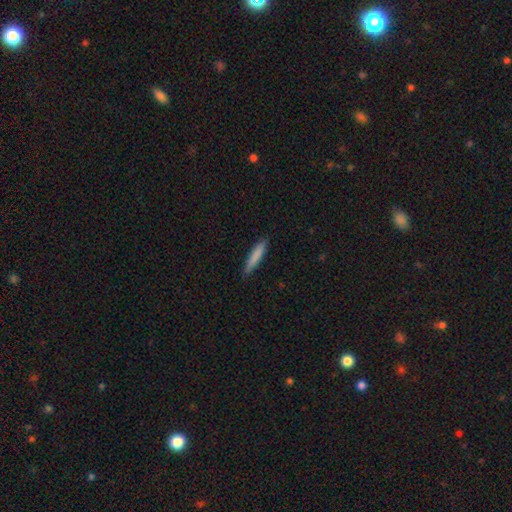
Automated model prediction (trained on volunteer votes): smooth 82%, featured or disk 12%, star or artifact 6%. Down the decision tree: how rounded — cigar-shaped (90%); merging — none (86%).